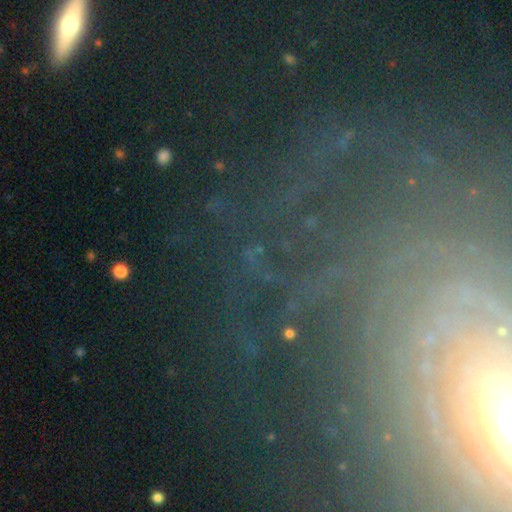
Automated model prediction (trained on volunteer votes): This appears to be a featured or disk galaxy (47%). Merging: none (71%).